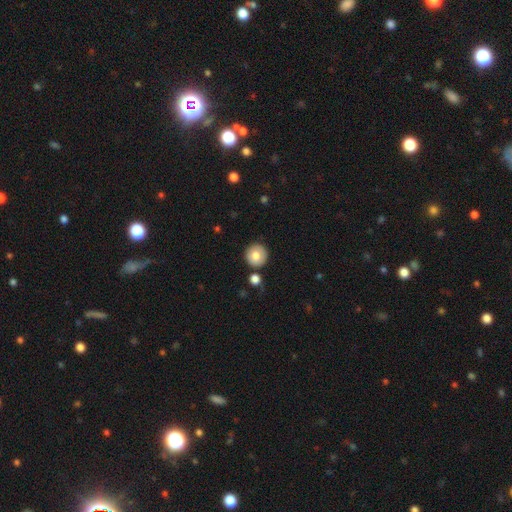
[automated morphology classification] Overall: smooth (77%). How rounded: round (94%). Merging: none (86%).